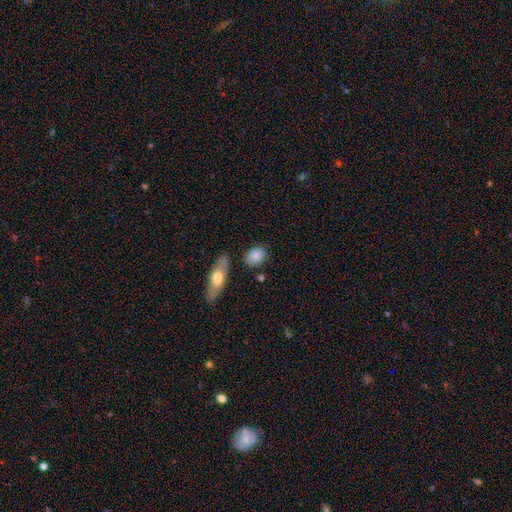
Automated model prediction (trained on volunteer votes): The model was most divided on "how rounded": in between: 63%, round: 33%, cigar-shaped: 4%. More confident: smooth or featured — smooth (82%); merging — none (75%).